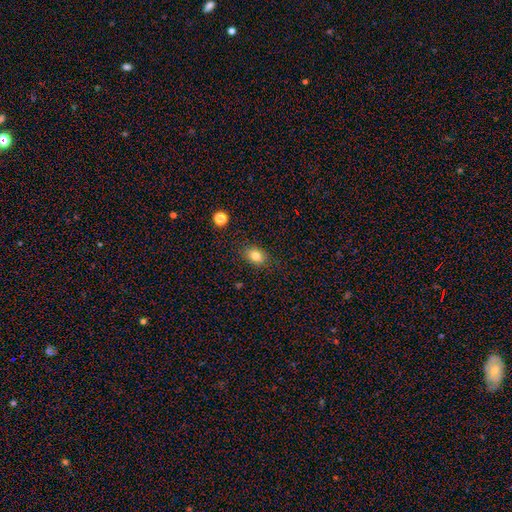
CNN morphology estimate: Q: Smooth or featured?
A: smooth (80%); runner-up: star or artifact (11%)
Q: How rounded?
A: in between (67%); runner-up: round (32%)
Q: Merging?
A: none (85%); runner-up: minor disturbance (11%)